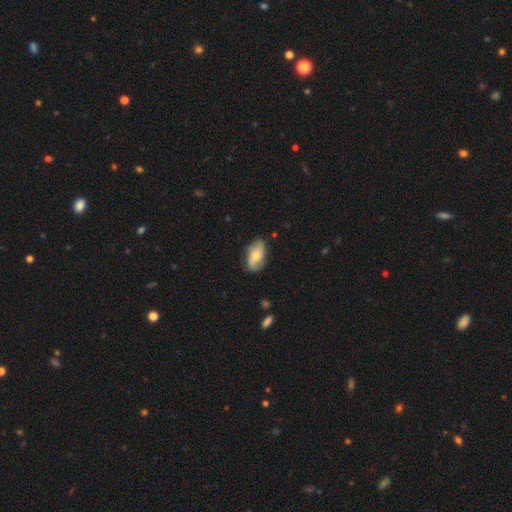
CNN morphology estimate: This appears to be a smooth galaxy with no disk features (65%) that is in between round and cigar-shaped (92%). Merging: none (76%).